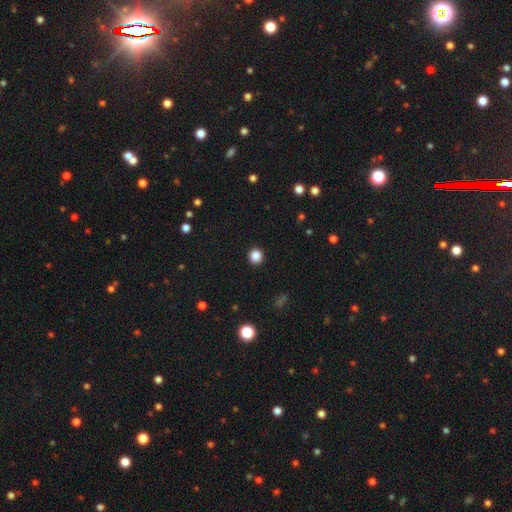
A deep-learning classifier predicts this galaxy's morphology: type=smooth (85%); roundness=round (91%); merging=none (93%).